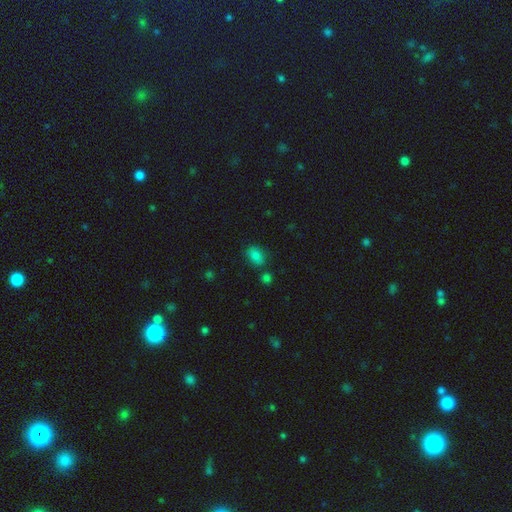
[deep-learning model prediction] smooth-or-featured: smooth: 81% | star or artifact: 13% | featured or disk: 6%
  how-rounded: in between: 76% | round: 22% | cigar-shaped: 2%
  merging: none: 74% | minor disturbance: 14% | merger: 8% | major disturbance: 4%